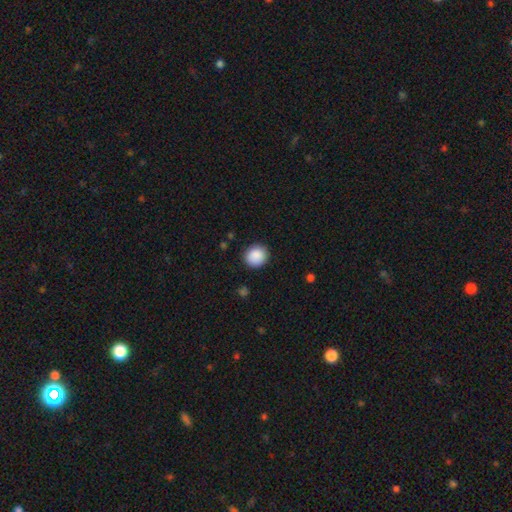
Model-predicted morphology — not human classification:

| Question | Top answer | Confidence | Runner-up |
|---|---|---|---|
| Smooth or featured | smooth | 89% | star or artifact (8%) |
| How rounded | round | 86% | in between (13%) |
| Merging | none | 88% | minor disturbance (9%) |